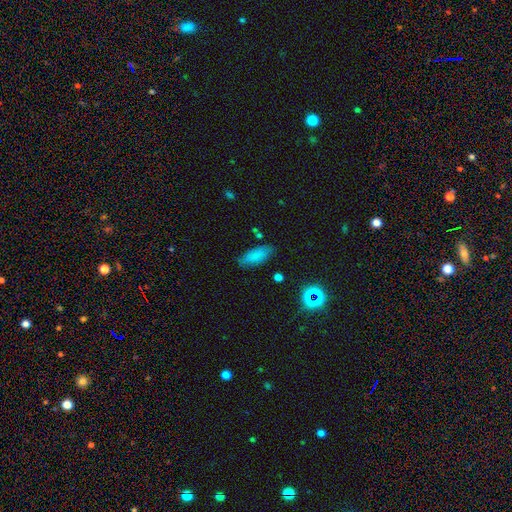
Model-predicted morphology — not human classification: A smooth galaxy with no disk features (81%) that is in between round and cigar-shaped (78%).

Vote fractions:
- Smooth or featured? smooth: 81% / star or artifact: 10% / featured or disk: 10%
- How rounded? in between: 78% / cigar-shaped: 20% / round: 2%
- Merging? none: 77% / minor disturbance: 17% / major disturbance: 4% / merger: 2%